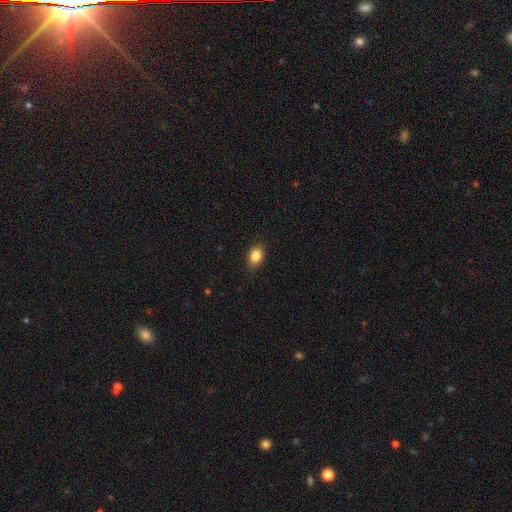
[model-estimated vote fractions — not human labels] Smooth or featured? smooth (85%)
How rounded? in between (75%)
Merging? none (87%)